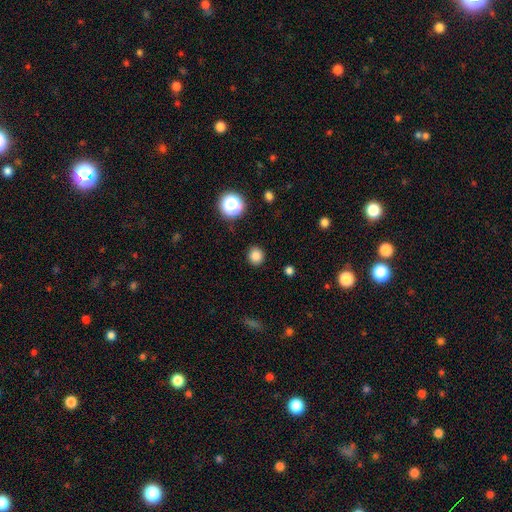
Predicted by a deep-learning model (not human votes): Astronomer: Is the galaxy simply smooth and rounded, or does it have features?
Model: smooth — 83%.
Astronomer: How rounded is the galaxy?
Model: round — 87%.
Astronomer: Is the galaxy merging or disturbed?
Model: none — 90%.